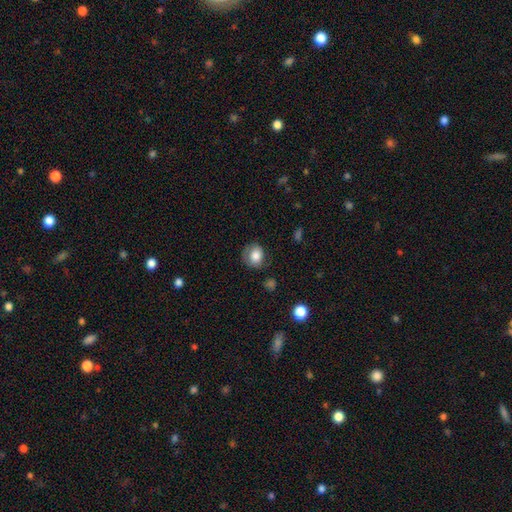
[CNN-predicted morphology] smooth 78%, featured or disk 13%, star or artifact 8%. Down the decision tree: how rounded — round (67%); merging — none (68%).